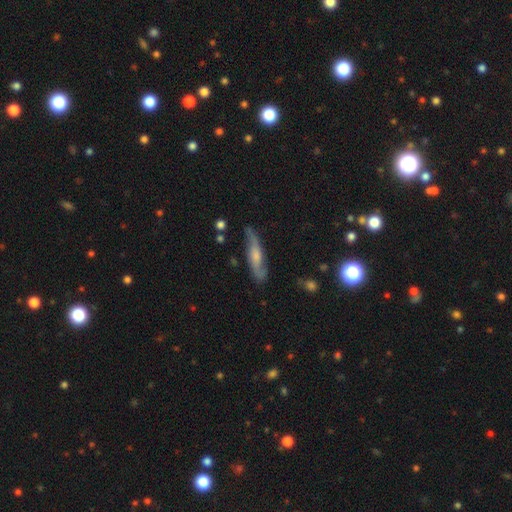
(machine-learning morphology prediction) Smooth or featured?
  - featured or disk: 64% *
  - smooth: 30%
  - star or artifact: 7%
Edge-on disk?
  - no: 60% *
  - yes: 40%
Merging?
  - none: 74% *
  - minor disturbance: 19%
  - major disturbance: 5%
  - merger: 2%